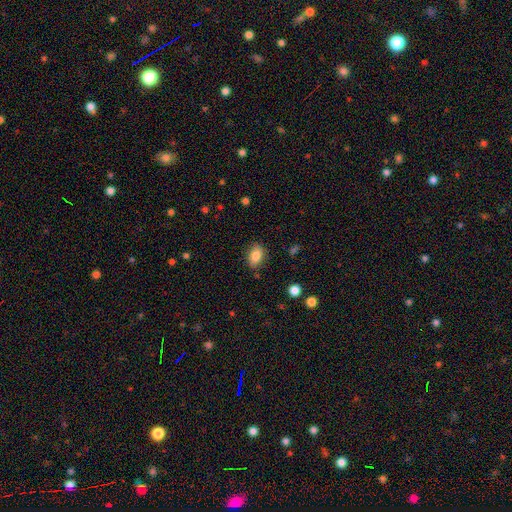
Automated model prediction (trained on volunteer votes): Smooth or featured: smooth — 83% (featured or disk — 8%)
How rounded: in between — 84% (round — 14%)
Merging: none — 84% (minor disturbance — 12%)